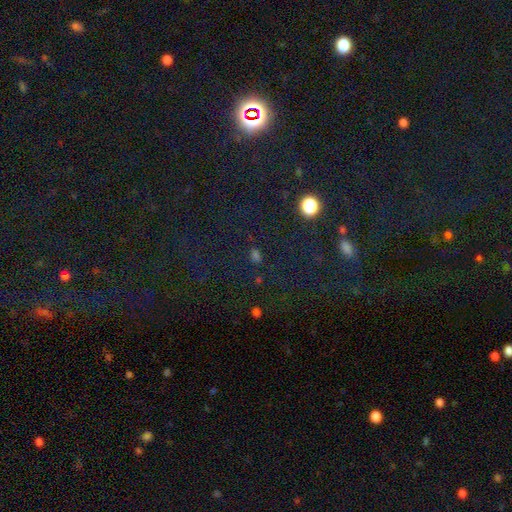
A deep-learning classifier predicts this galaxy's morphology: type=smooth (47%); merging=none (79%).